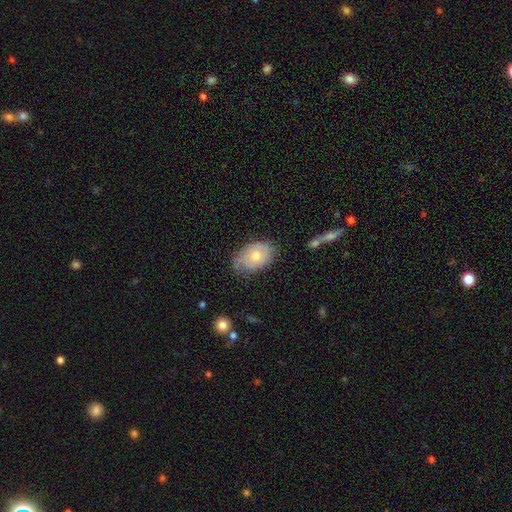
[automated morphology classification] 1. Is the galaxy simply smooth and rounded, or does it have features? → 53% smooth, 40% featured or disk, 7% star or artifact.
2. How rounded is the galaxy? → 85% in between, 14% round, 1% cigar-shaped.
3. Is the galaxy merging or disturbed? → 59% none, 31% minor disturbance, 7% major disturbance, 2% merger.